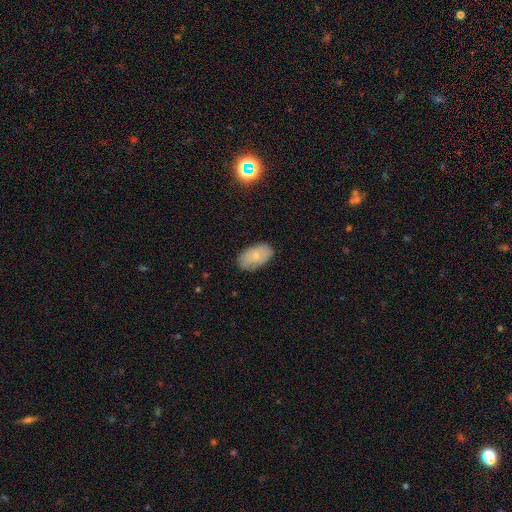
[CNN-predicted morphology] A smooth galaxy with no disk features (71%) that is in between round and cigar-shaped (93%). Merging: none (82%).